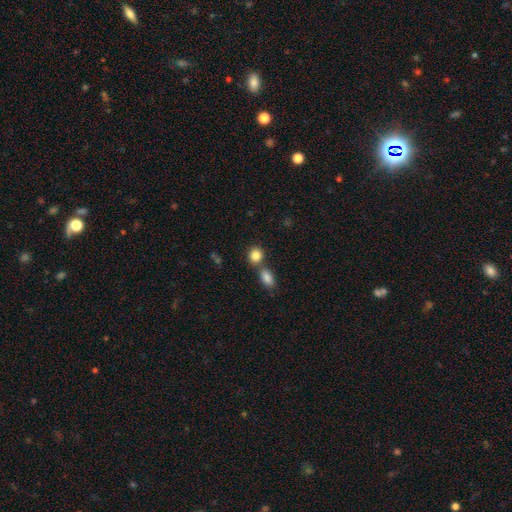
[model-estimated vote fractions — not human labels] The model was most divided on "merging": none: 55%, merger: 34%, minor disturbance: 8%, major disturbance: 3%. More confident: smooth or featured — smooth (85%); how rounded — round (69%).